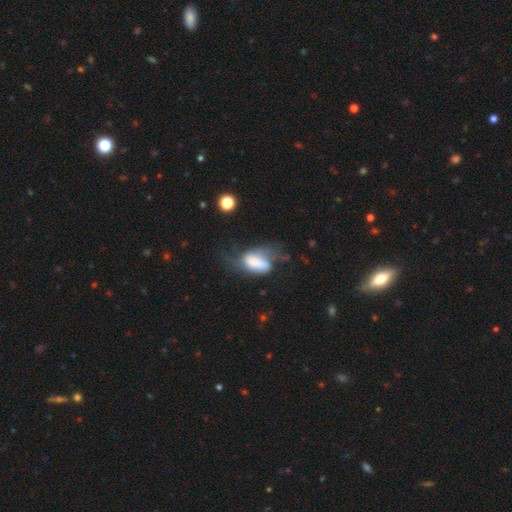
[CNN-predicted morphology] This is possibly a featured or disk galaxy (48%). Merging: marginally major disturbance (41%).